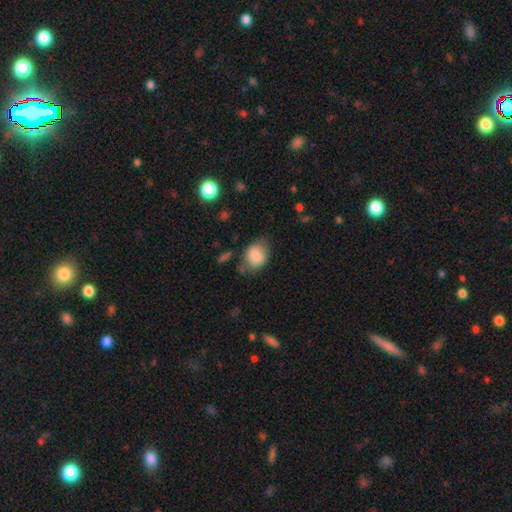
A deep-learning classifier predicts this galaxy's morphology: Overall: smooth (81%). How rounded: in between (65%; round 33%). Merging: none (58%; minor disturbance 28%).